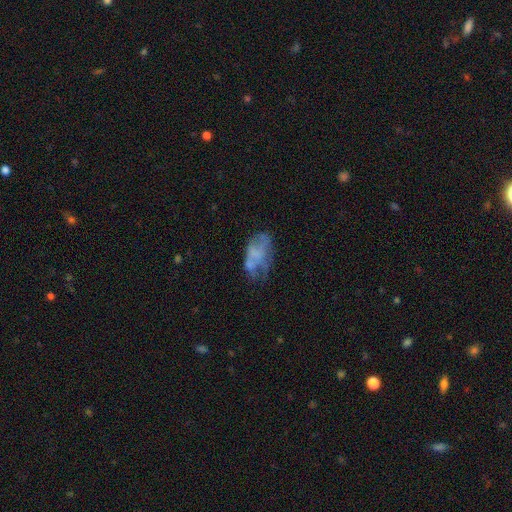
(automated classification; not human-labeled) Q: Smooth or featured?
A: featured or disk (49%); runner-up: smooth (38%)
Q: Merging?
A: none (37%); runner-up: major disturbance (29%)